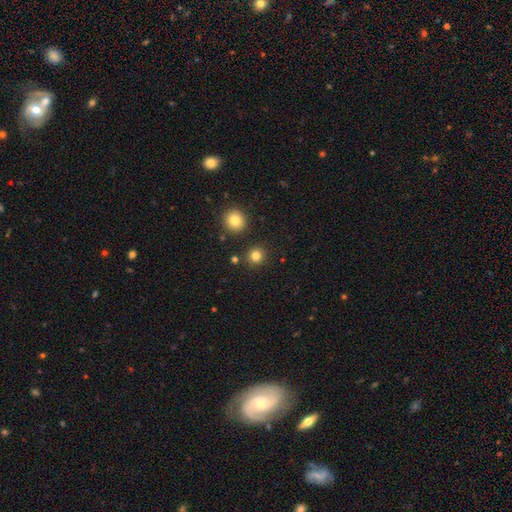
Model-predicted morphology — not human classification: Overall: smooth (81%). How rounded: round (91%). Merging: none (88%).